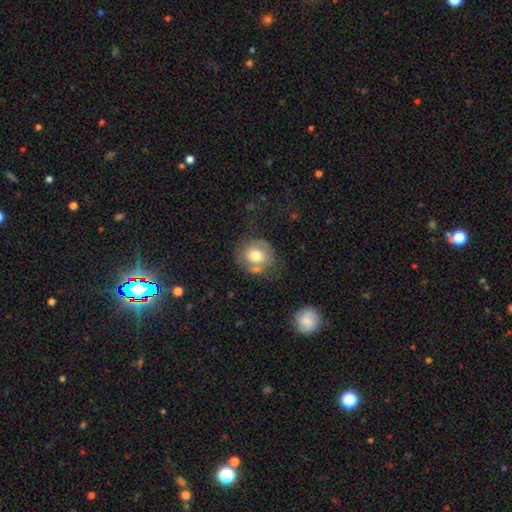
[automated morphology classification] Smooth or featured: smooth — 66% (featured or disk — 25%)
How rounded: round — 82% (in between — 17%)
Merging: none — 55% (minor disturbance — 21%)